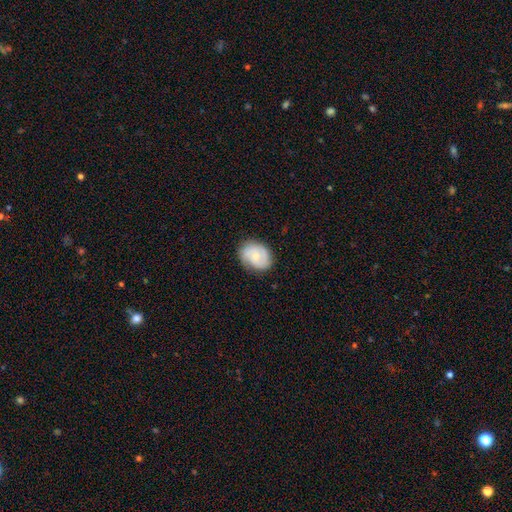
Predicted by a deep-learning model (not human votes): A featured or disk galaxy (54%) with no bar (66%), spiral arms (90%) and a small central bulge (58%). Merging: none (78%).